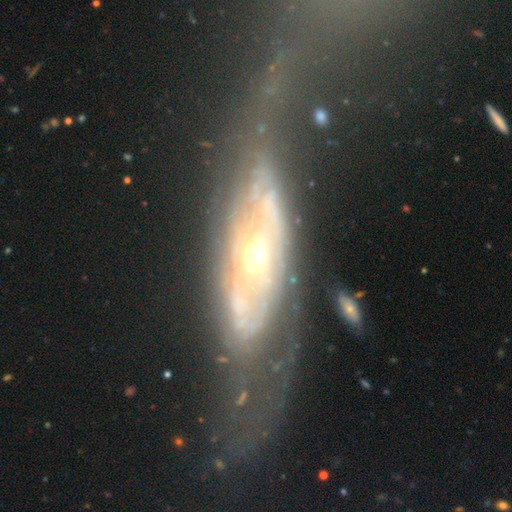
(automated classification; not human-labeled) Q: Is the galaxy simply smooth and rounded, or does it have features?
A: featured or disk — 77%.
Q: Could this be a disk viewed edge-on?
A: no — 77%.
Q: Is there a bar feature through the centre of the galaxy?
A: no — 71%.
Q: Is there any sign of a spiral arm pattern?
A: yes — 62%.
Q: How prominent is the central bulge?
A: moderate — 56%.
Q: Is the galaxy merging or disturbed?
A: none — 46%.